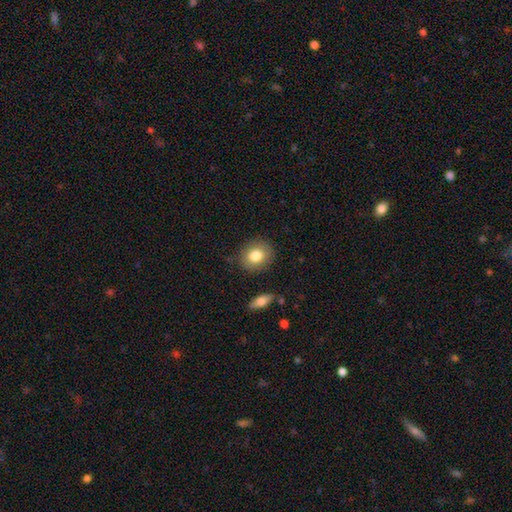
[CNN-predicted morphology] A smooth galaxy with no disk features (80%) that is round (68%).

Vote fractions:
- Smooth or featured? smooth: 80% / featured or disk: 12% / star or artifact: 8%
- How rounded? round: 68% / in between: 31% / cigar-shaped: 1%
- Merging? none: 84% / minor disturbance: 10% / major disturbance: 3% / merger: 2%